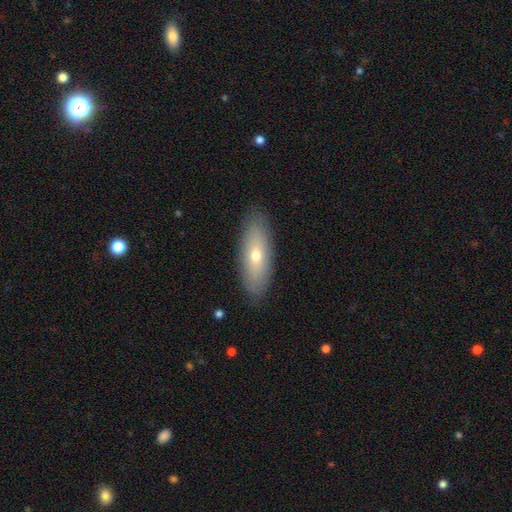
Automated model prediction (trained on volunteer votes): The model was most divided on "smooth or featured": smooth: 59%, featured or disk: 33%, star or artifact: 8%. More confident: merging — none (88%); how rounded — in between (66%).